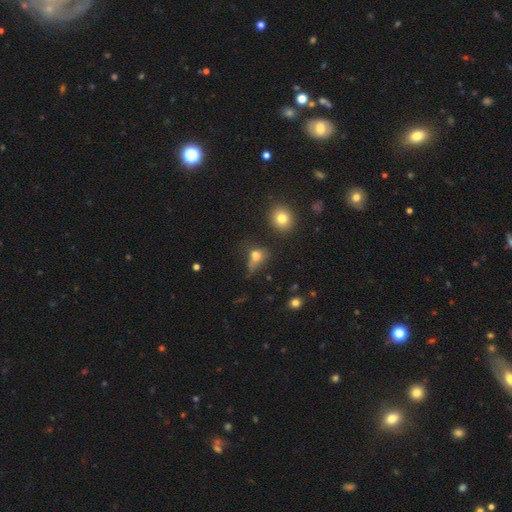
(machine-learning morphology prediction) Smooth or featured: smooth — 67% (star or artifact — 17%)
How rounded: in between — 54% (round — 41%)
Merging: none — 36% (major disturbance — 26%)